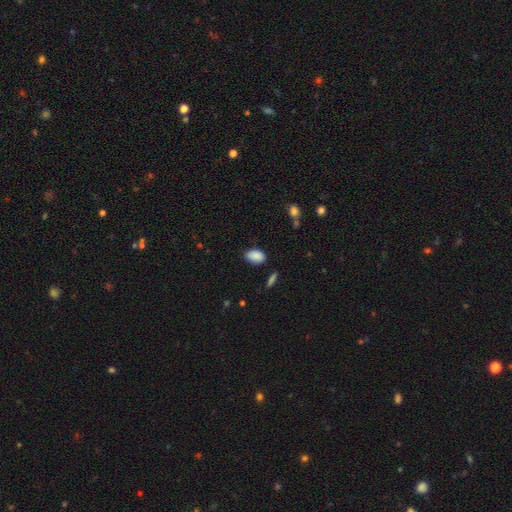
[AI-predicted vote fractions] Overall: smooth (88%). How rounded: in between (92%). Merging: none (79%).